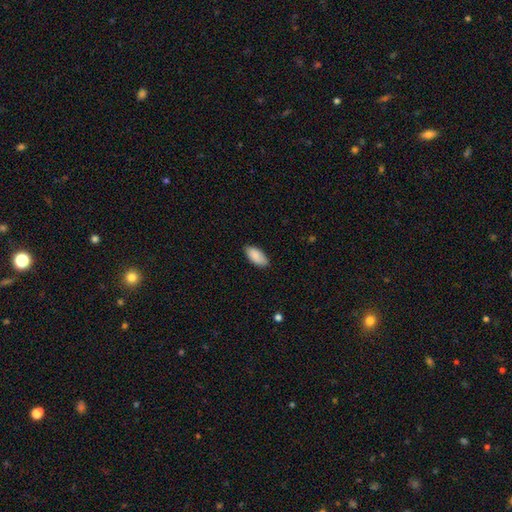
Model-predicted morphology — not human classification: The model was most divided on "merging": none: 84%, minor disturbance: 13%, major disturbance: 2%, merger: 1%. More confident: how rounded — in between (93%); smooth or featured — smooth (88%).